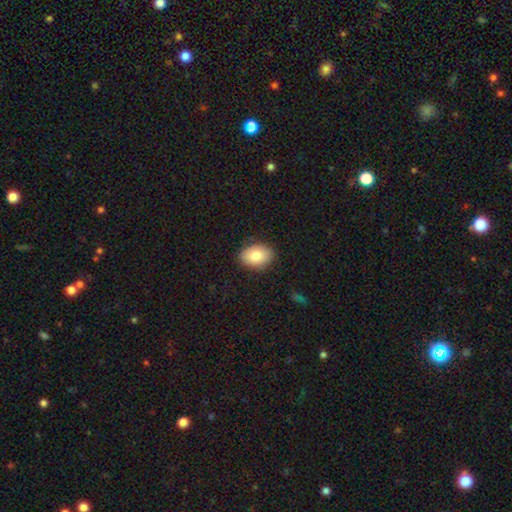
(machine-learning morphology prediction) A smooth galaxy with no disk features (83%) that is in between round and cigar-shaped (81%).

Vote fractions:
- Smooth or featured? smooth: 83% / featured or disk: 10% / star or artifact: 7%
- How rounded? in between: 81% / round: 18% / cigar-shaped: 1%
- Merging? none: 87% / minor disturbance: 10% / major disturbance: 2% / merger: 1%